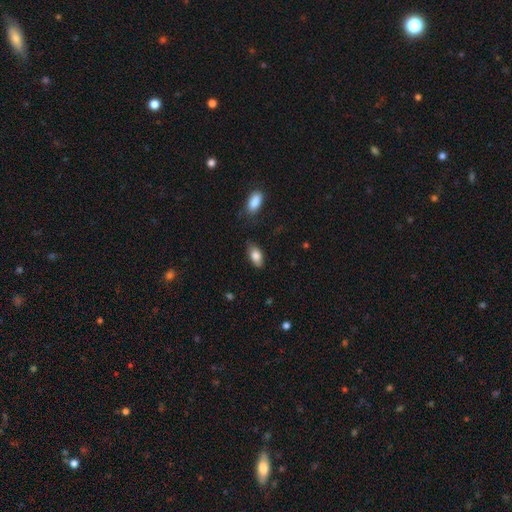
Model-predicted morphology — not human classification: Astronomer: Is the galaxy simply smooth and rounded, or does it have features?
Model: smooth — 83%.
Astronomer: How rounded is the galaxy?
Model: in between — 92%.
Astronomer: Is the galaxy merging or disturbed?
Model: none — 78%.